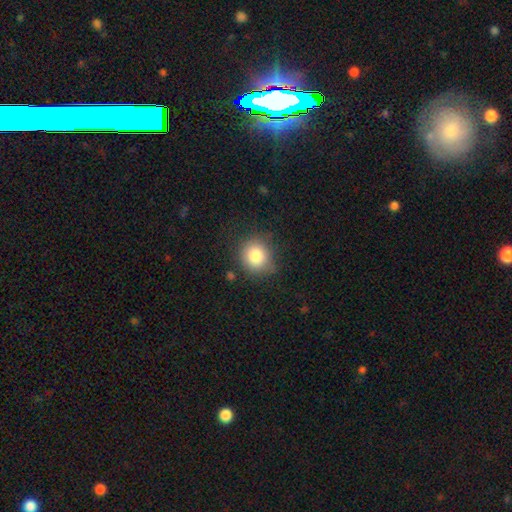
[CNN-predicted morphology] Smooth or featured: smooth — 82% (star or artifact — 10%)
How rounded: round — 85% (in between — 14%)
Merging: none — 78% (minor disturbance — 15%)